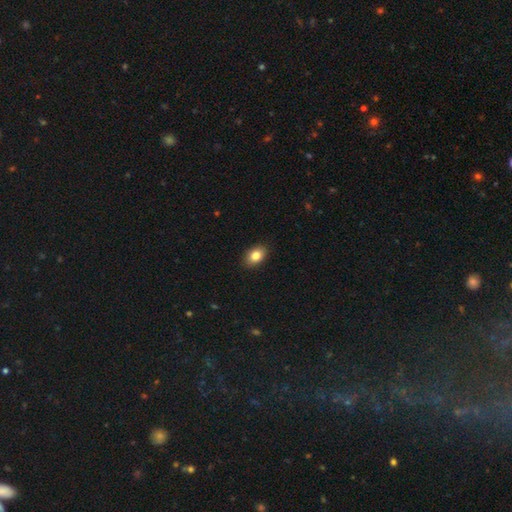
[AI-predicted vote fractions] A smooth galaxy with no disk features (84%) that is in between round and cigar-shaped (79%). Merging: none (89%).